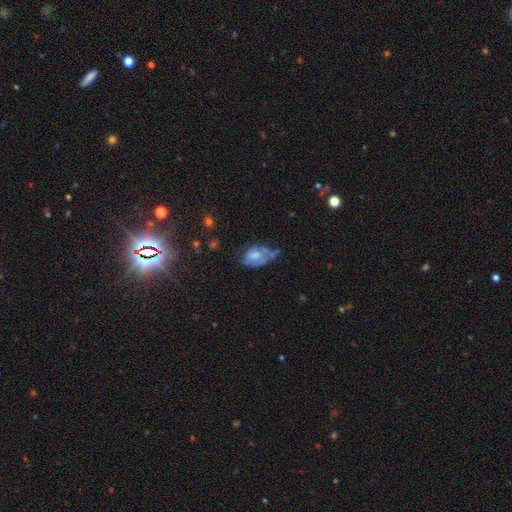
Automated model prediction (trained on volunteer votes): Smooth or featured?
  - smooth: 55% *
  - featured or disk: 36%
  - star or artifact: 10%
How rounded?
  - in between: 81% *
  - round: 17%
  - cigar-shaped: 2%
Merging?
  - minor disturbance: 35% *
  - none: 26%
  - major disturbance: 25%
  - merger: 14%